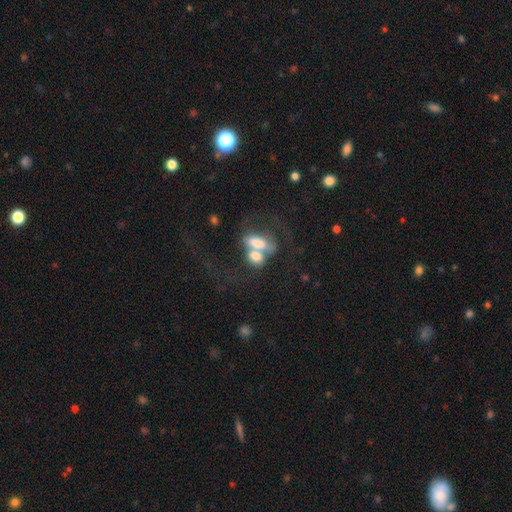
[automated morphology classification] A smooth galaxy with no disk features (63%) that is in between round and cigar-shaped (83%). Merging: merger (71%).